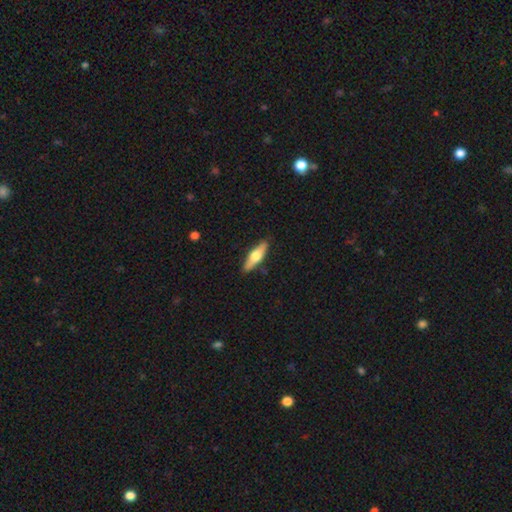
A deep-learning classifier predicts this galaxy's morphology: smooth 54%, featured or disk 41%, star or artifact 5%. Down the decision tree: how rounded — cigar-shaped (57%); merging — none (86%).